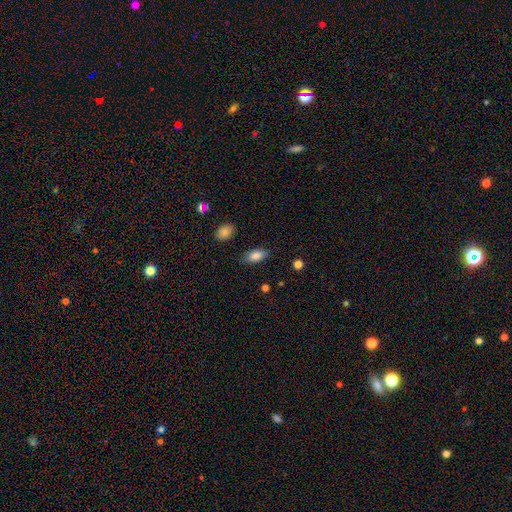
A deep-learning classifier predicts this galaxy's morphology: Smooth or featured: smooth — 84% (featured or disk — 8%)
How rounded: in between — 90% (cigar-shaped — 6%)
Merging: none — 83% (minor disturbance — 13%)